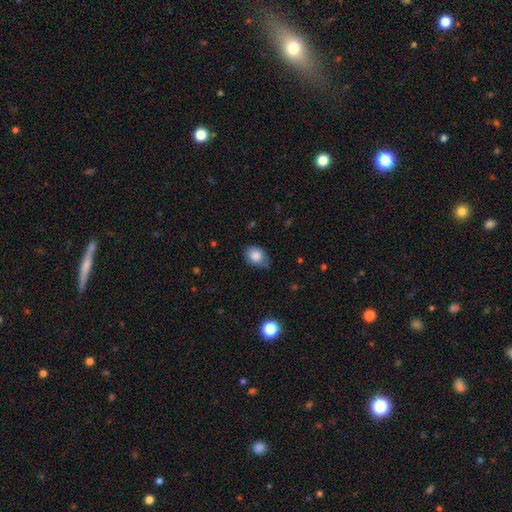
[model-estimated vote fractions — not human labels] Smooth or featured? Predicted: smooth (p=0.84). How rounded? Predicted: in between (p=0.60). Merging? Predicted: none (p=0.60).